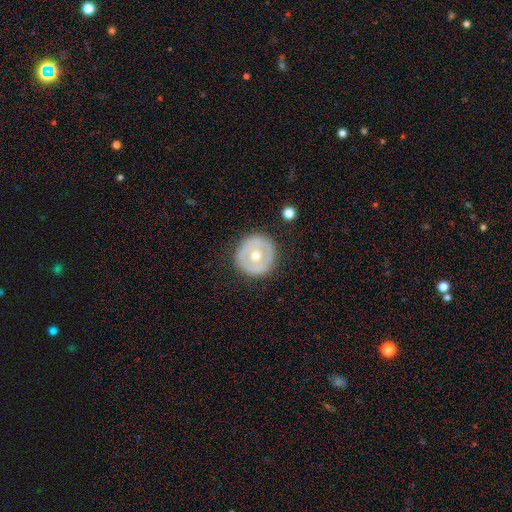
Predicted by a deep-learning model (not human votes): This is possibly a featured or disk galaxy (49%). Merging: clearly none (89%).